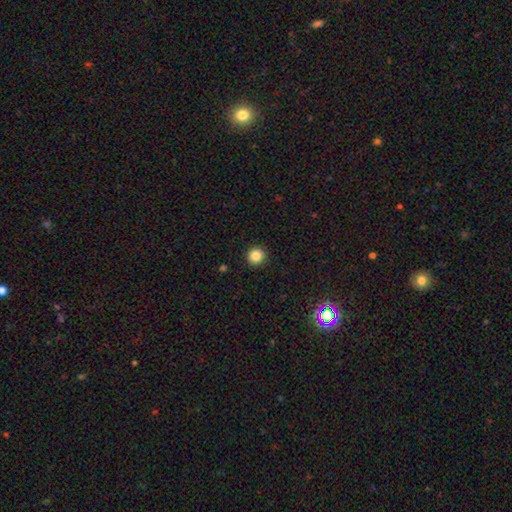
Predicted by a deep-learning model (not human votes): smooth_or_featured: smooth (p=0.85) [alt: star or artifact p=0.11]
how_rounded: round (p=0.94) [alt: in between p=0.05]
merging: none (p=0.93) [alt: minor disturbance p=0.05]